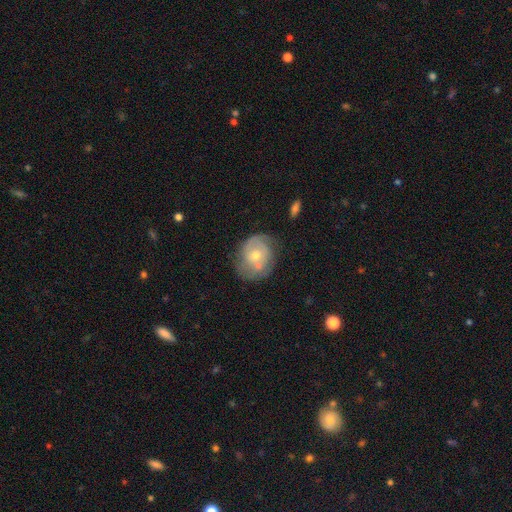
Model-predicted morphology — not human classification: A featured or disk galaxy (58%) with no bar (81%), spiral arms (65%) and a moderate central bulge (52%). Merging: none (54%).